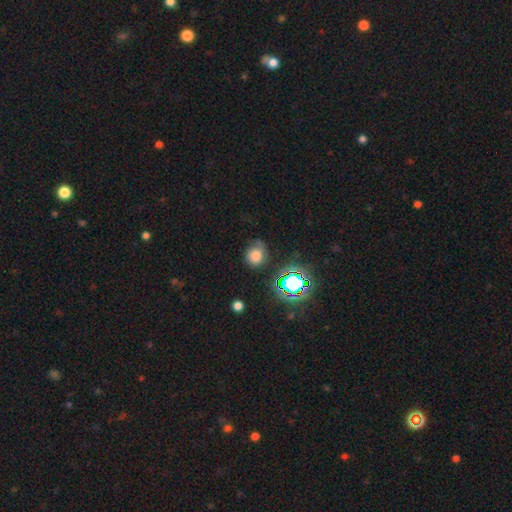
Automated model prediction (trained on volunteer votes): A smooth galaxy with no disk features (70%) that is round (68%). Merging: none (57%).